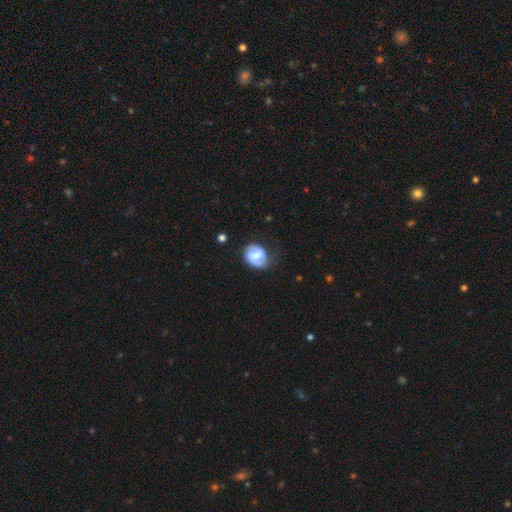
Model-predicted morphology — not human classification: A featured or disk galaxy (51%).

Vote fractions:
- Smooth or featured? featured or disk: 51% / smooth: 42% / star or artifact: 7%
- Edge-on disk? no: 97% / yes: 3%
- Merging? none: 67% / minor disturbance: 23% / major disturbance: 8% / merger: 2%